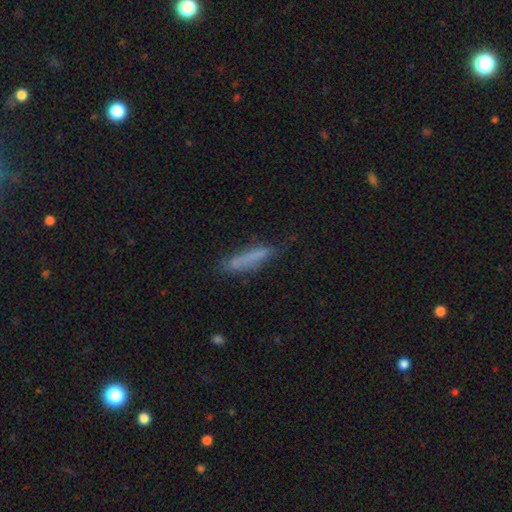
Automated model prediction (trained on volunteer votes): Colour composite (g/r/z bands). It shows a smooth galaxy with no disk features (69%) that is cigar-shaped (87%). Merging: none (66%).